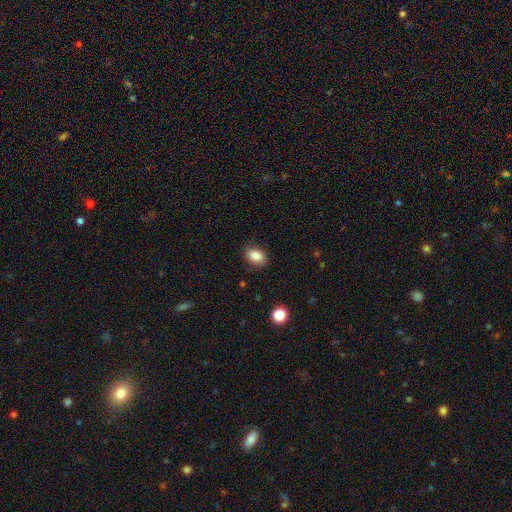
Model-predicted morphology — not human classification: Overall: smooth (84%). How rounded: in between (74%). Merging: none (83%).